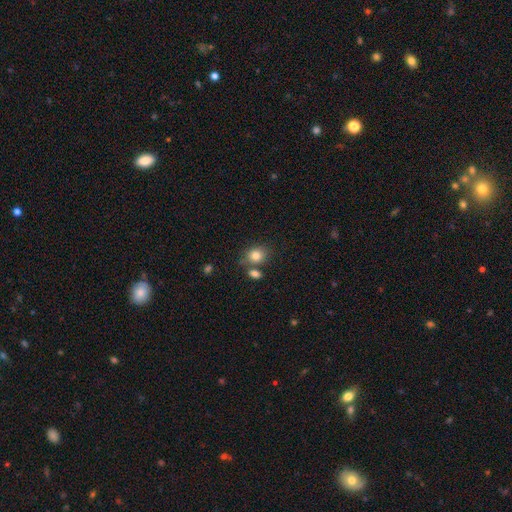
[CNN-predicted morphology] The model was most divided on "how rounded": round: 57%, in between: 42%, cigar-shaped: 1%. More confident: smooth or featured — smooth (82%); merging — none (63%).